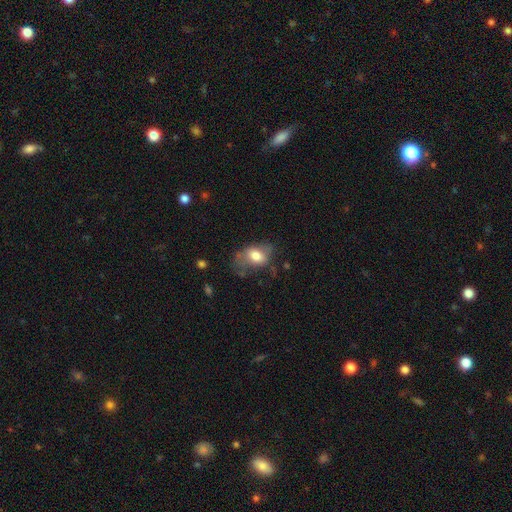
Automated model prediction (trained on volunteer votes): This appears to be a smooth galaxy with no disk features (69%) that is in between round and cigar-shaped (81%). Merging: none (36%).